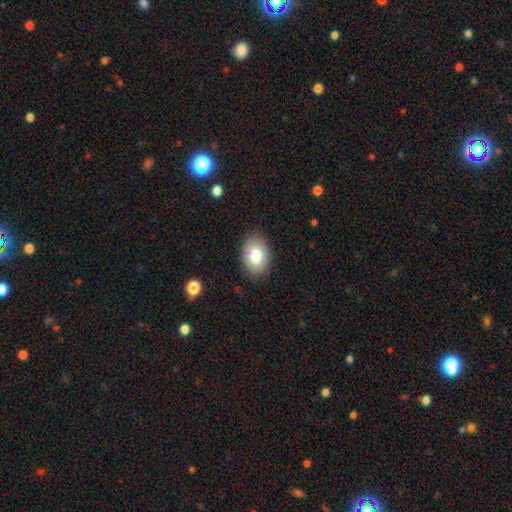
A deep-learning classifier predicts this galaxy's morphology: This appears to be a smooth galaxy with no disk features (79%) that is in between round and cigar-shaped (81%). Merging: none (86%).